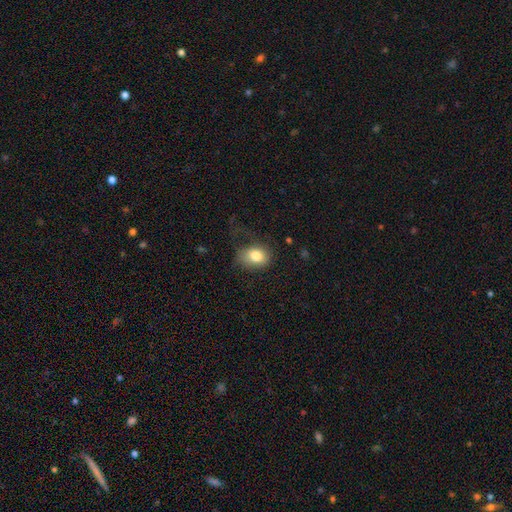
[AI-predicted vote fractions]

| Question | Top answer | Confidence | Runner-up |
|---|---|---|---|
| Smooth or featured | smooth | 80% | featured or disk (11%) |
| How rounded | in between | 67% | round (32%) |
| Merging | none | 54% | minor disturbance (25%) |